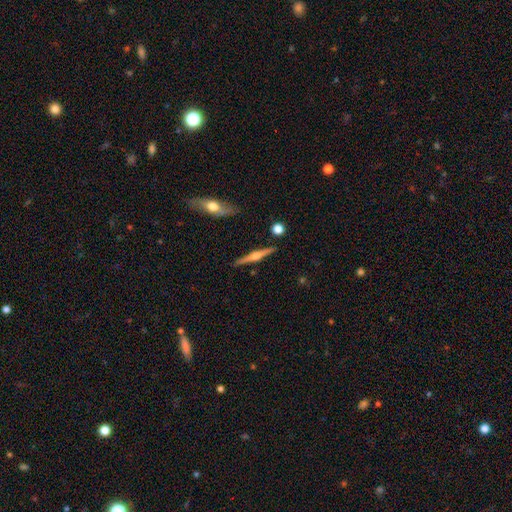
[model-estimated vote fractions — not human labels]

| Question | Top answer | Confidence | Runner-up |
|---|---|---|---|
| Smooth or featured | featured or disk | 75% | smooth (20%) |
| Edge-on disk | yes | 98% | no (2%) |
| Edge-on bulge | rounded | 92% | boxy (5%) |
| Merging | none | 90% | minor disturbance (7%) |